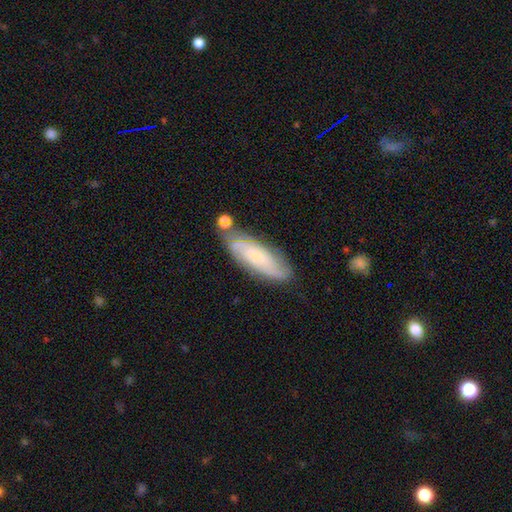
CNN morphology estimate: Overall: featured or disk (62%; smooth 30%). Edge-on disk: no (86%). Bar: no (68%). Spiral arms: yes (91%). Bulge size: small (71%). Merging: none (70%).